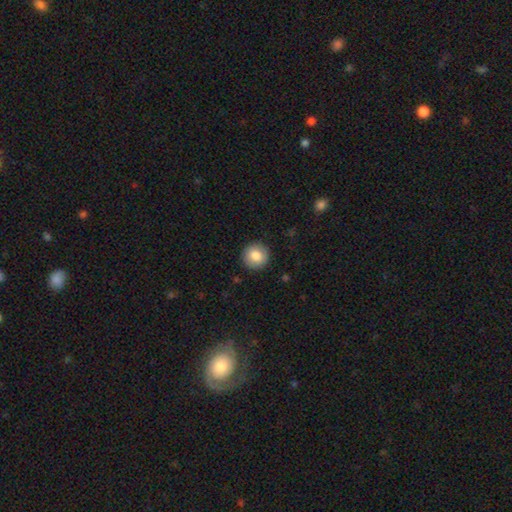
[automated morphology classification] A smooth galaxy with no disk features (84%) that is round (94%). Merging: none (92%).